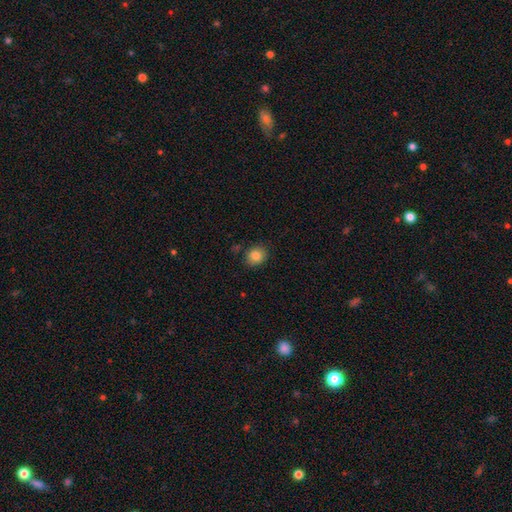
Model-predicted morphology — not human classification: Smooth or featured: smooth — 84% (star or artifact — 10%)
How rounded: round — 67% (in between — 32%)
Merging: none — 84% (minor disturbance — 11%)